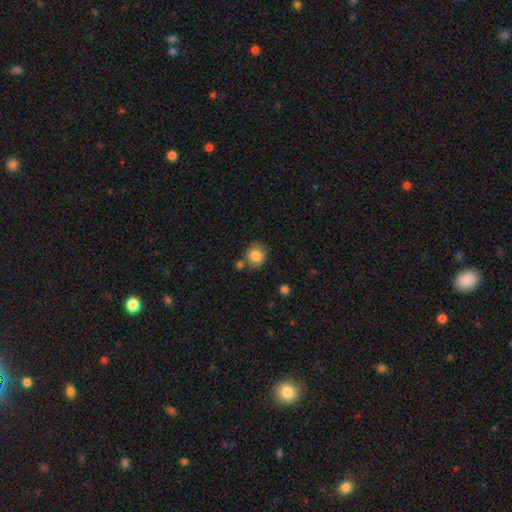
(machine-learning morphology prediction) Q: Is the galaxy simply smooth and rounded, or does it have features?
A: smooth — 84%.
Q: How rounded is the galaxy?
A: round — 84%.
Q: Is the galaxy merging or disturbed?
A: none — 71%.